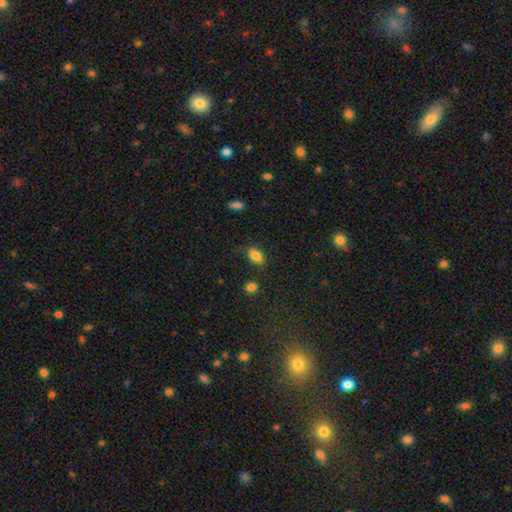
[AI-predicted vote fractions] Morphology: type=smooth (83%); roundness=in between (87%); merging=none (80%).